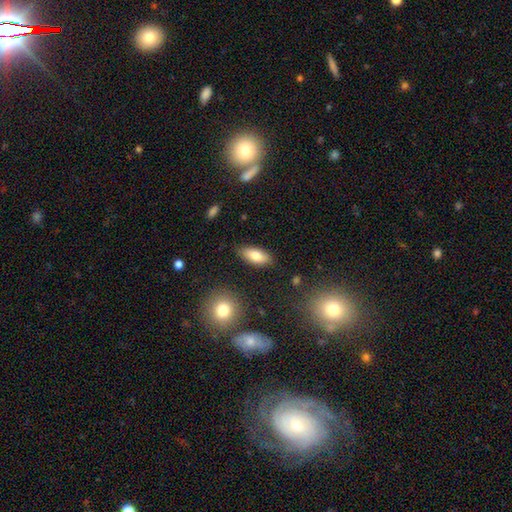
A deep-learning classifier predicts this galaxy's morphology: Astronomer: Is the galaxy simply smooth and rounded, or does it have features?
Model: smooth — 79%.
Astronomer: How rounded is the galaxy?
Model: in between — 82%.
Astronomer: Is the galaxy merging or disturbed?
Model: none — 85%.